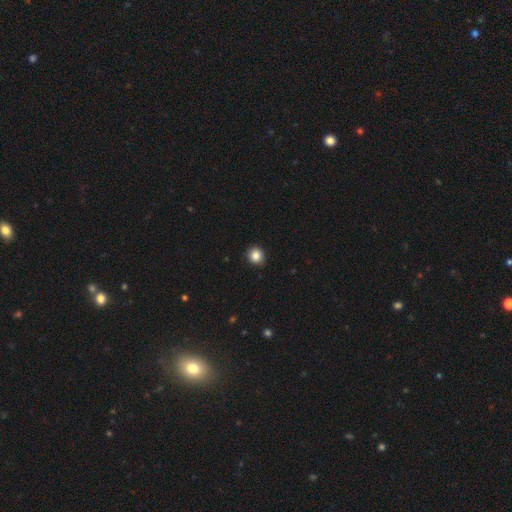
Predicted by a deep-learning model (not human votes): A smooth galaxy with no disk features (86%) that is round (86%).

Vote fractions:
- Smooth or featured? smooth: 86% / star or artifact: 10% / featured or disk: 4%
- How rounded? round: 86% / in between: 13% / cigar-shaped: 1%
- Merging? none: 91% / minor disturbance: 6% / major disturbance: 2% / merger: 1%